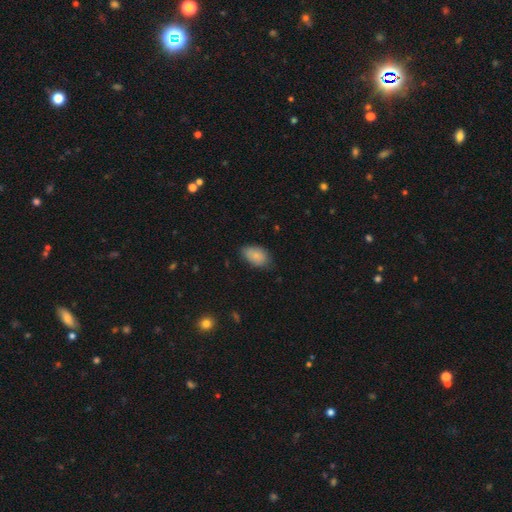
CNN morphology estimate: smooth 84%, featured or disk 9%, star or artifact 7%. Down the decision tree: how rounded — in between (90%); merging — none (71%).